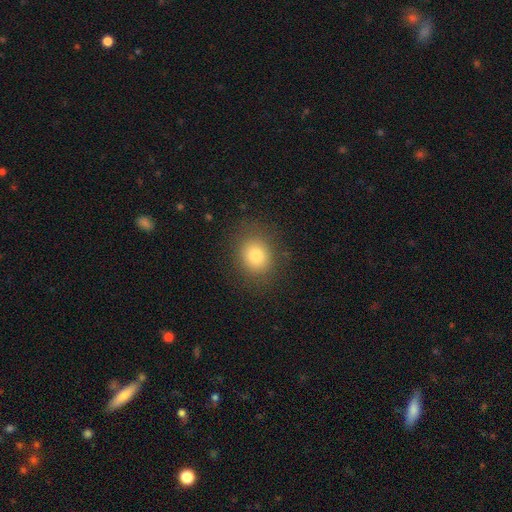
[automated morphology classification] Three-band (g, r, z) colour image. It shows a smooth galaxy with no disk features (79%) that is round (68%). Merging: none (85%).